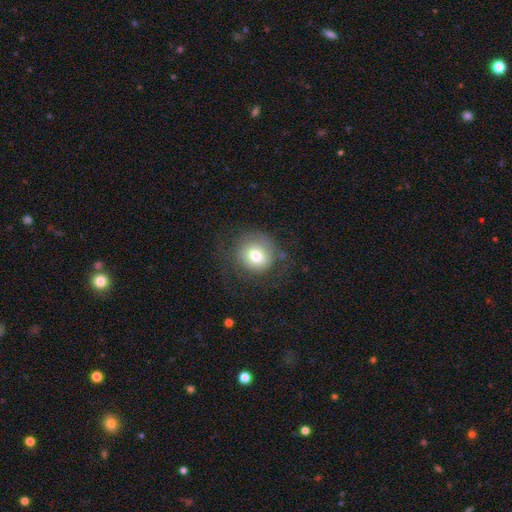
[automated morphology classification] smooth-or-featured: smooth: 67% | featured or disk: 23% | star or artifact: 9%
  how-rounded: round: 89% | in between: 10% | cigar-shaped: 1%
  merging: none: 65% | major disturbance: 17% | minor disturbance: 17% | merger: 2%